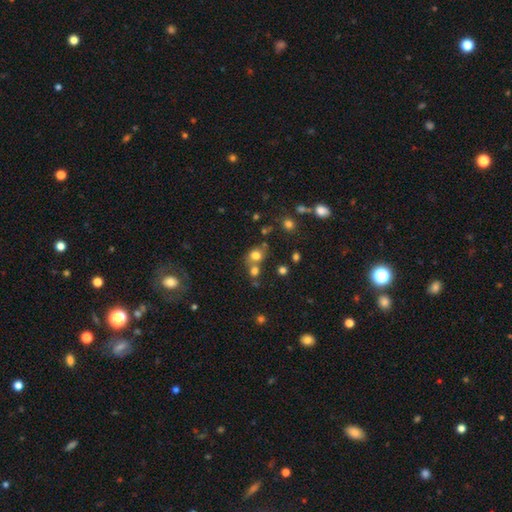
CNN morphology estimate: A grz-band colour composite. It shows a smooth galaxy with no disk features (73%) that is round (69%). Merging: none (49%).